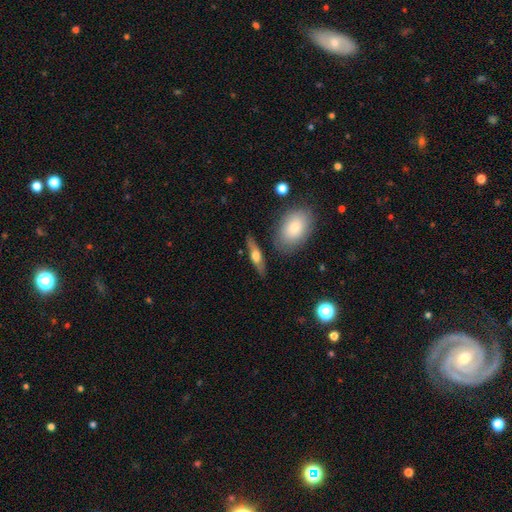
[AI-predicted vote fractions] Morphology: type=smooth (48%); merging=none (80%).